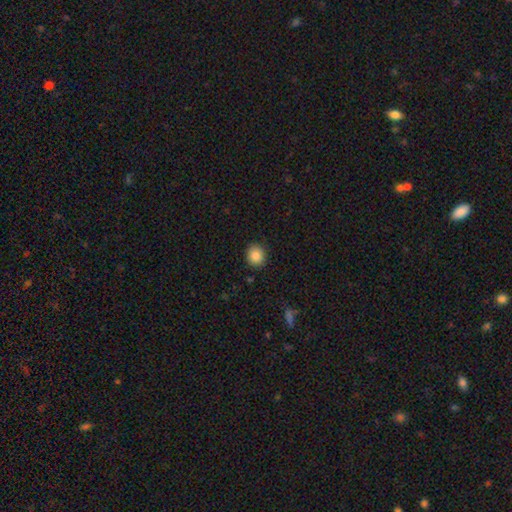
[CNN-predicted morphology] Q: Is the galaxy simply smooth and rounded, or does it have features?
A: smooth — 86%.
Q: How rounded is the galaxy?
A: round — 80%.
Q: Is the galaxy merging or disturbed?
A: none — 90%.